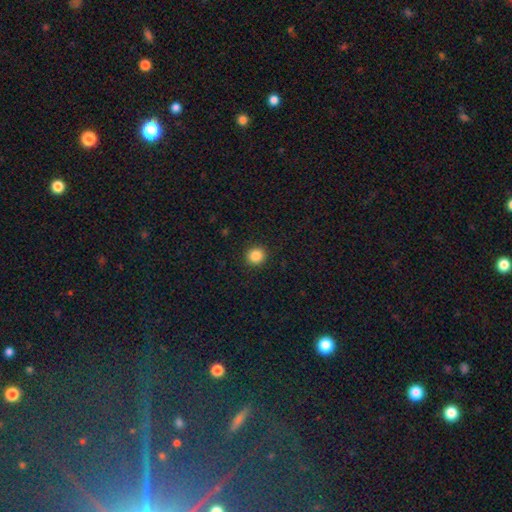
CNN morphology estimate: Smooth or featured?
  - smooth: 86% *
  - star or artifact: 10%
  - featured or disk: 4%
How rounded?
  - round: 91% *
  - in between: 8%
  - cigar-shaped: 1%
Merging?
  - none: 92% *
  - minor disturbance: 5%
  - major disturbance: 2%
  - merger: 1%